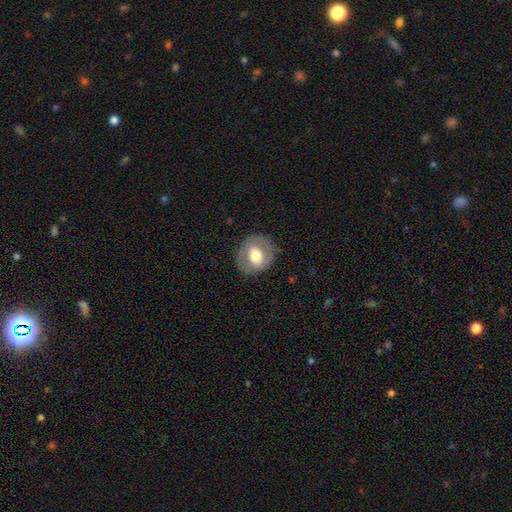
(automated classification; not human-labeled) smooth_or_featured: smooth (p=0.52) [alt: featured or disk p=0.42]
how_rounded: round (p=0.70) [alt: in between p=0.29]
merging: none (p=0.81) [alt: minor disturbance p=0.12]